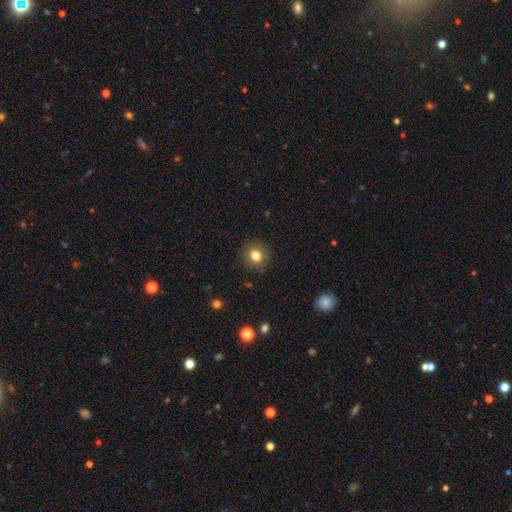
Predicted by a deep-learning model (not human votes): A smooth galaxy with no disk features (81%) that is round (83%).

Vote fractions:
- Smooth or featured? smooth: 81% / star or artifact: 11% / featured or disk: 9%
- How rounded? round: 83% / in between: 17% / cigar-shaped: 1%
- Merging? none: 89% / minor disturbance: 8% / major disturbance: 2% / merger: 1%